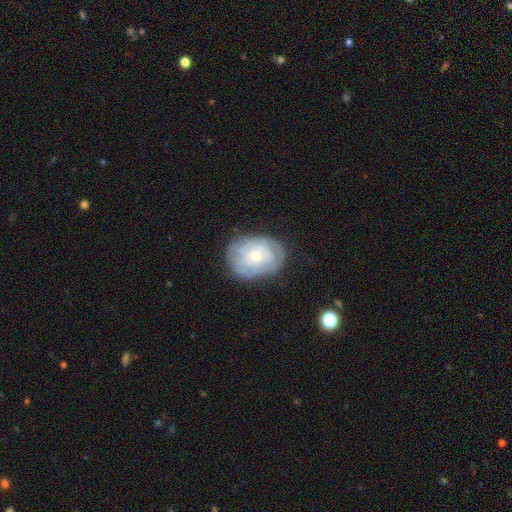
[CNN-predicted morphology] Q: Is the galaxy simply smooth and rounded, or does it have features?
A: featured or disk — 66%.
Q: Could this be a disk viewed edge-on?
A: no — 97%.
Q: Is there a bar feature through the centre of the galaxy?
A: no — 81%.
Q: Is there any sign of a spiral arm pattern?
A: yes — 81%.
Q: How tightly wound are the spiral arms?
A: tight — 70%.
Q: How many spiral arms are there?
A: can't tell — 56%.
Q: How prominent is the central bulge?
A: small — 58%.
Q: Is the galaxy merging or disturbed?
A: none — 74%.